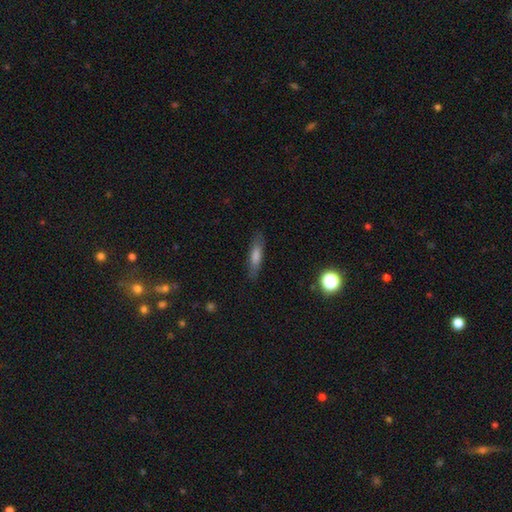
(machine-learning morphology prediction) Q: Smooth or featured?
A: smooth (62%); runner-up: featured or disk (27%)
Q: How rounded?
A: cigar-shaped (74%); runner-up: in between (23%)
Q: Merging?
A: none (85%); runner-up: minor disturbance (11%)